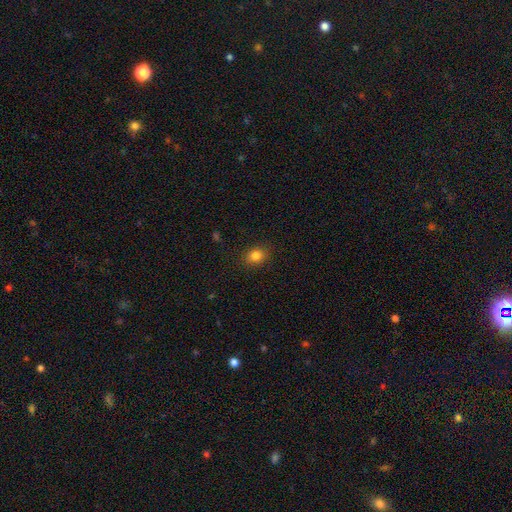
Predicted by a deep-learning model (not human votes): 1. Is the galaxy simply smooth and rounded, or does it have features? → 83% smooth, 11% star or artifact, 6% featured or disk.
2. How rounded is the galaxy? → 52% in between, 47% round, 1% cigar-shaped.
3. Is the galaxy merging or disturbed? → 88% none, 9% minor disturbance, 2% major disturbance, 1% merger.